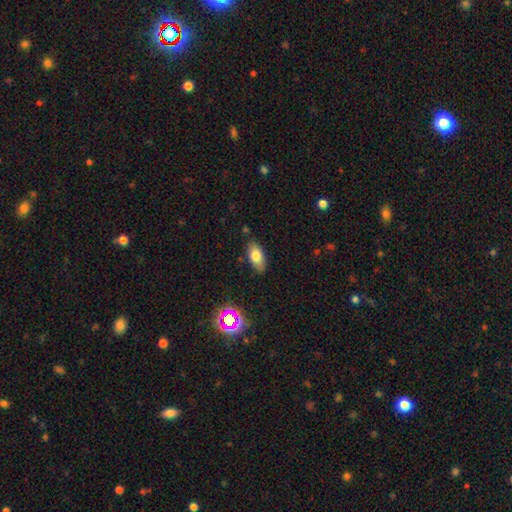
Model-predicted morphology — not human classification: A smooth galaxy with no disk features (75%) that is in between round and cigar-shaped (88%).

Vote fractions:
- Smooth or featured? smooth: 75% / featured or disk: 15% / star or artifact: 10%
- How rounded? in between: 88% / cigar-shaped: 7% / round: 5%
- Merging? none: 82% / minor disturbance: 14% / major disturbance: 3% / merger: 2%